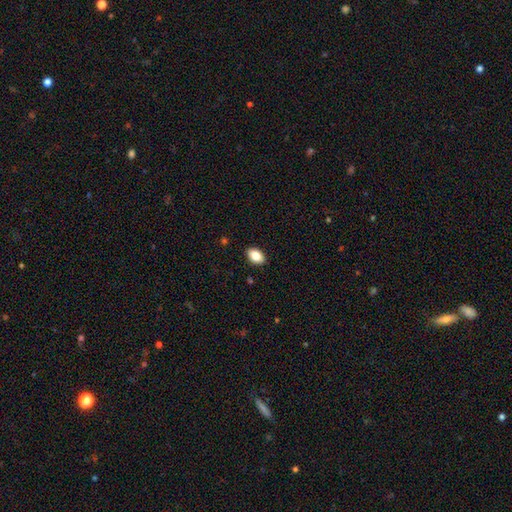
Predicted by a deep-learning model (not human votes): smooth-or-featured: smooth: 85% | star or artifact: 8% | featured or disk: 8%
  how-rounded: in between: 89% | round: 9% | cigar-shaped: 2%
  merging: none: 90% | minor disturbance: 8% | major disturbance: 2% | merger: 1%